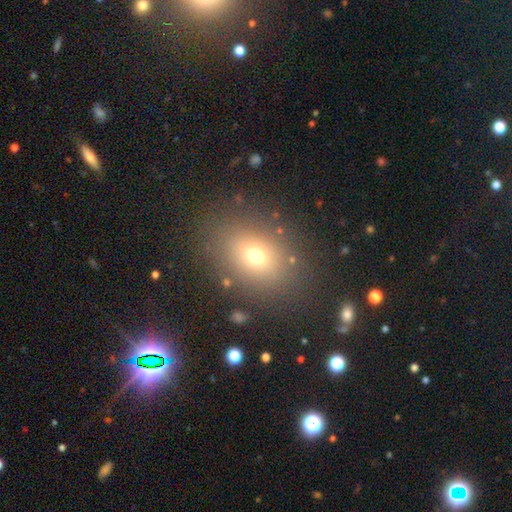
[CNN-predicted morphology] smooth-or-featured: smooth: 69% | star or artifact: 17% | featured or disk: 14%
  how-rounded: in between: 56% | round: 43% | cigar-shaped: 1%
  merging: none: 82% | minor disturbance: 10% | major disturbance: 6% | merger: 2%